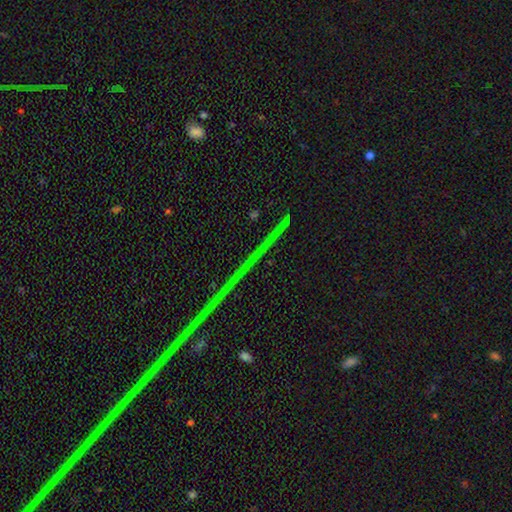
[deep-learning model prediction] smooth-or-featured: star or artifact: 82% | featured or disk: 13% | smooth: 6%